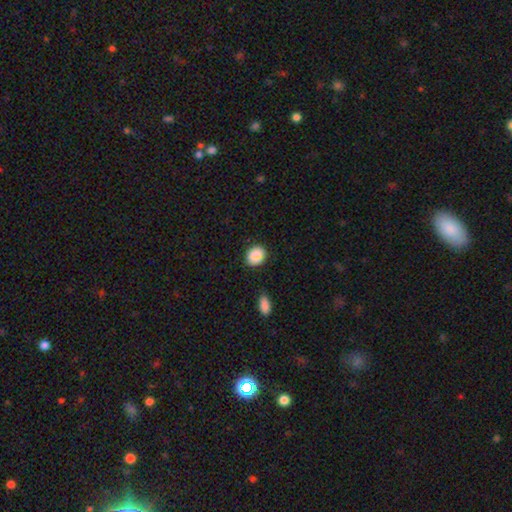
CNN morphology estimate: Q: Smooth or featured?
A: smooth (89%); runner-up: star or artifact (7%)
Q: How rounded?
A: round (63%); runner-up: in between (36%)
Q: Merging?
A: none (85%); runner-up: minor disturbance (11%)